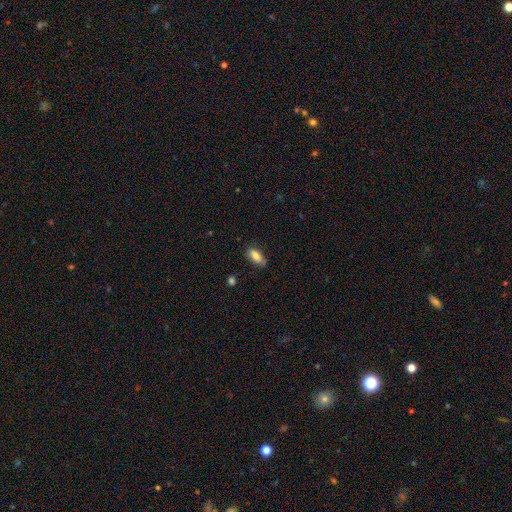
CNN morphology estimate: smooth-or-featured: smooth: 81% | featured or disk: 11% | star or artifact: 7%
  how-rounded: in between: 82% | cigar-shaped: 15% | round: 3%
  merging: none: 76% | minor disturbance: 19% | major disturbance: 3% | merger: 2%